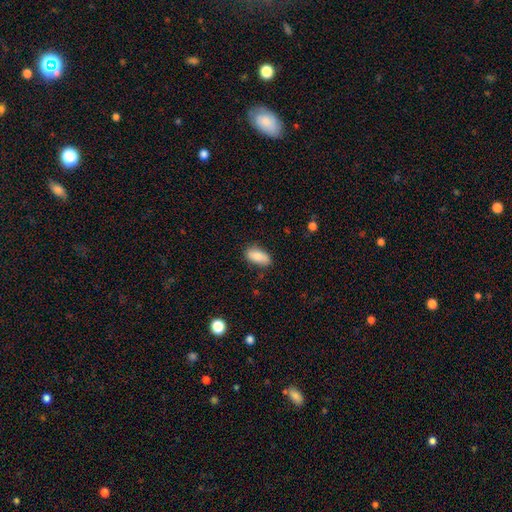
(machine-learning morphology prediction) smooth-or-featured: smooth: 83% | featured or disk: 10% | star or artifact: 7%
  how-rounded: in between: 90% | cigar-shaped: 7% | round: 3%
  merging: none: 77% | minor disturbance: 18% | major disturbance: 3% | merger: 2%